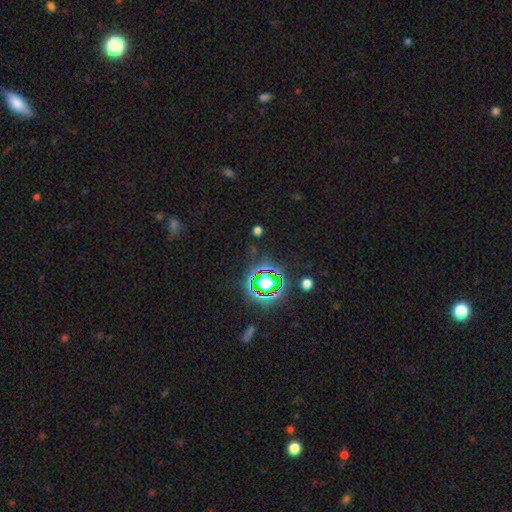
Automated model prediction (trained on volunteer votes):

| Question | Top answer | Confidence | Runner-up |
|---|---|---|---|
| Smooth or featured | star or artifact | 78% | smooth (15%) |